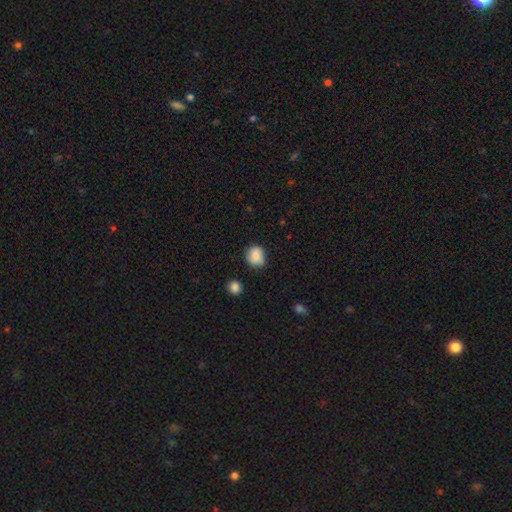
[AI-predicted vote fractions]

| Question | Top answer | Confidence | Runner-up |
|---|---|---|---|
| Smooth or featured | smooth | 83% | star or artifact (8%) |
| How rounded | round | 79% | in between (20%) |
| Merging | none | 78% | minor disturbance (17%) |